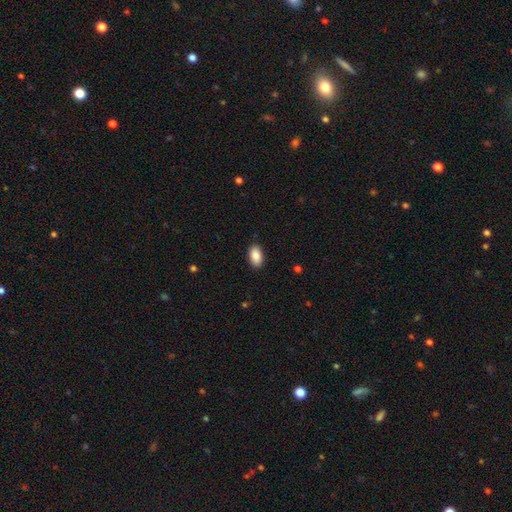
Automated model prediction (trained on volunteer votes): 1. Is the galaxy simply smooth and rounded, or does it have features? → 88% smooth, 7% star or artifact, 5% featured or disk.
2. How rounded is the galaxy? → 94% in between, 4% round, 2% cigar-shaped.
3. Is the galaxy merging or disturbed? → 89% none, 8% minor disturbance, 2% major disturbance, 1% merger.